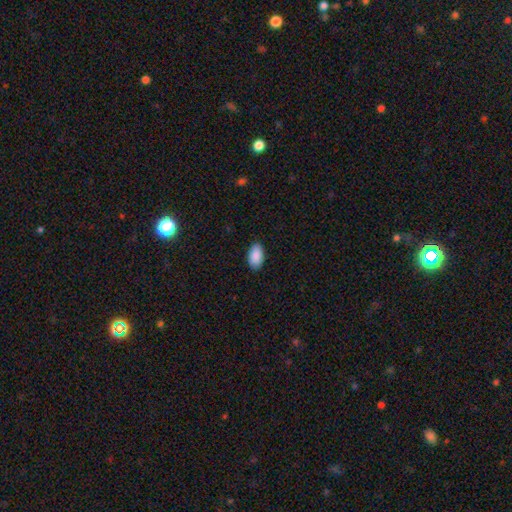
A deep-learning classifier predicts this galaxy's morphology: A smooth galaxy with no disk features (91%) that is in between round and cigar-shaped (95%).

Vote fractions:
- Smooth or featured? smooth: 91% / star or artifact: 6% / featured or disk: 3%
- How rounded? in between: 95% / round: 3% / cigar-shaped: 2%
- Merging? none: 88% / minor disturbance: 9% / major disturbance: 2% / merger: 1%